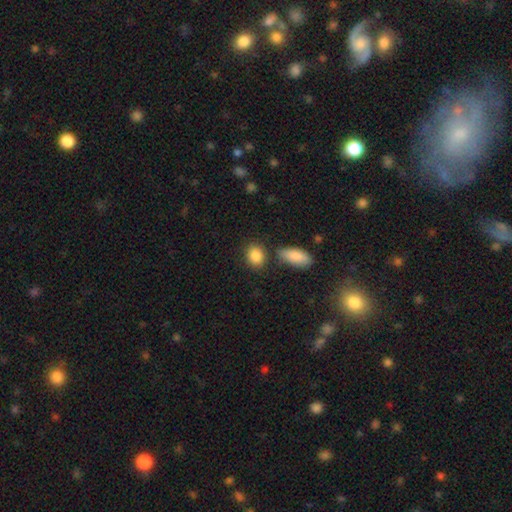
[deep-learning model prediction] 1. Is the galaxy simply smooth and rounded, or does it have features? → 88% smooth, 7% star or artifact, 5% featured or disk.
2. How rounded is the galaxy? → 55% in between, 42% round, 2% cigar-shaped.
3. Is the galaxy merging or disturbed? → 75% none, 12% minor disturbance, 9% merger, 3% major disturbance.